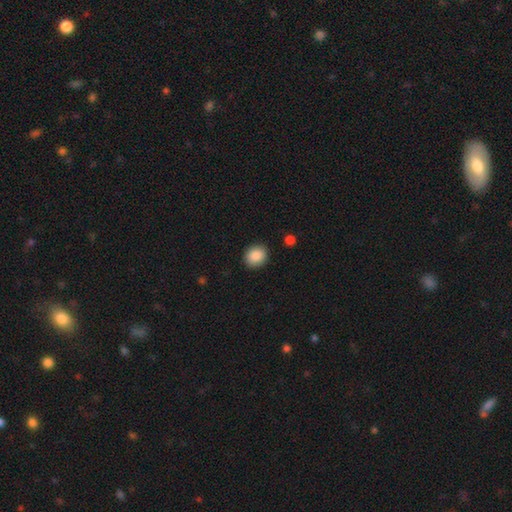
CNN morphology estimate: Smooth or featured?
  - smooth: 88% *
  - star or artifact: 8%
  - featured or disk: 4%
How rounded?
  - round: 68% *
  - in between: 31%
  - cigar-shaped: 1%
Merging?
  - none: 89% *
  - minor disturbance: 7%
  - major disturbance: 2%
  - merger: 1%